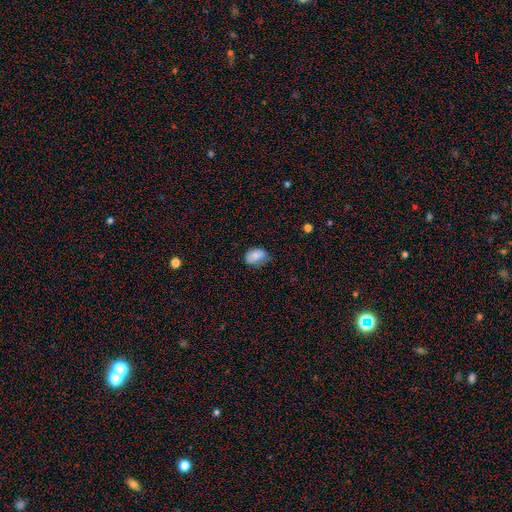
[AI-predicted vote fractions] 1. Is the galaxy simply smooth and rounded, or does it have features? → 80% smooth, 12% featured or disk, 8% star or artifact.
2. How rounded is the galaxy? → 81% in between, 18% round, 1% cigar-shaped.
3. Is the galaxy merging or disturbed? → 59% none, 32% minor disturbance, 8% major disturbance, 2% merger.